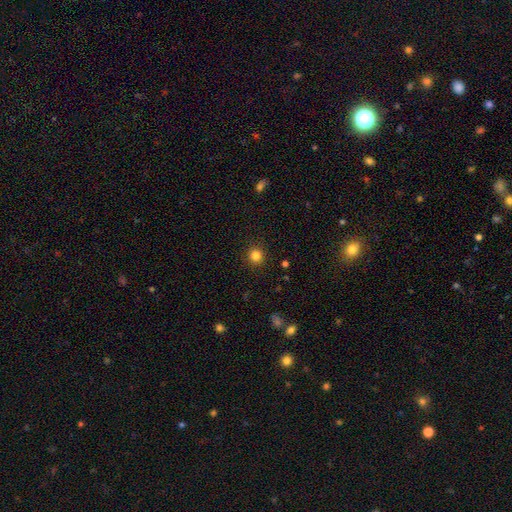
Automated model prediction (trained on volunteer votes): This appears to be a smooth galaxy with no disk features (83%) that is round (93%). Merging: none (92%).